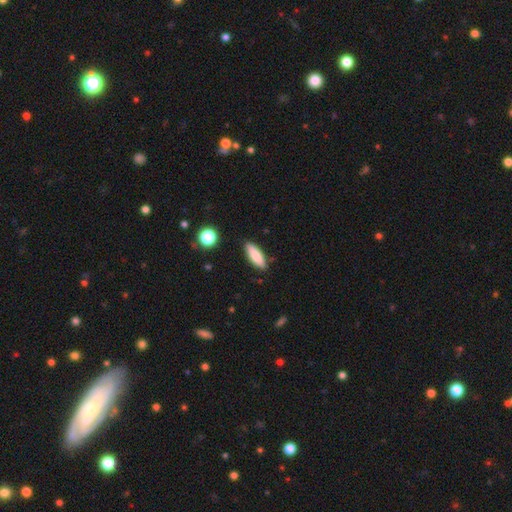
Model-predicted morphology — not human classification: Smooth or featured? smooth (83%)
How rounded? in between (61%)
Merging? none (85%)